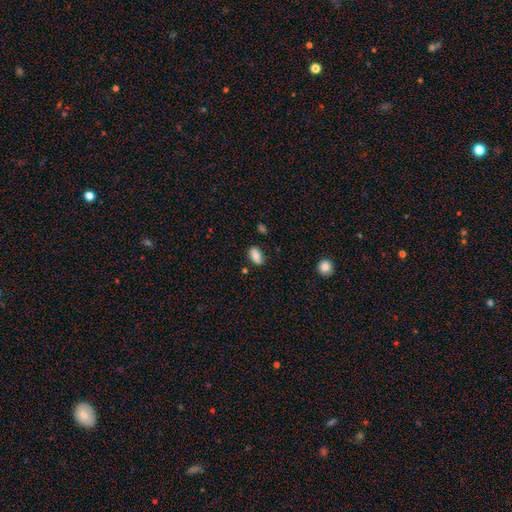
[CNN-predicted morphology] A smooth galaxy with no disk features (79%) that is in between round and cigar-shaped (90%).

Vote fractions:
- Smooth or featured? smooth: 79% / featured or disk: 13% / star or artifact: 8%
- How rounded? in between: 90% / round: 8% / cigar-shaped: 2%
- Merging? none: 80% / minor disturbance: 14% / merger: 3% / major disturbance: 3%